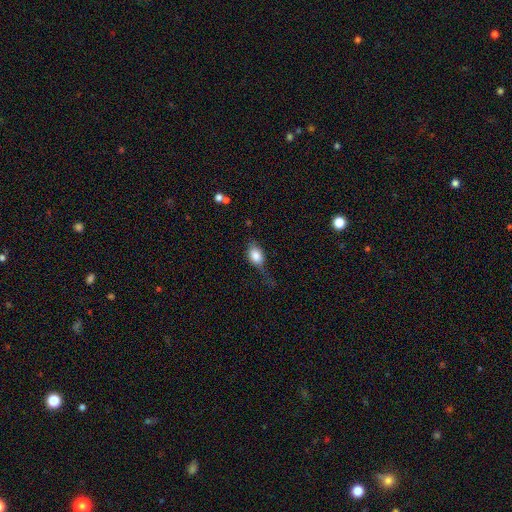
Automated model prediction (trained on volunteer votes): Smooth or featured? Predicted: smooth (p=0.76). How rounded? Predicted: in between (p=0.77). Merging? Predicted: none (p=0.36).